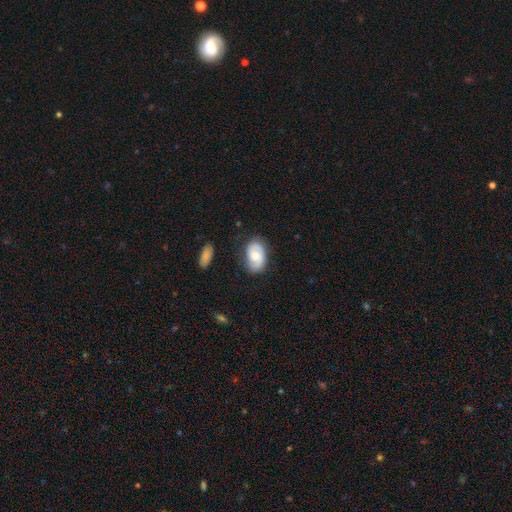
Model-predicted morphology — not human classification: This is possibly a featured or disk galaxy (47%). Merging: likely none (76%).